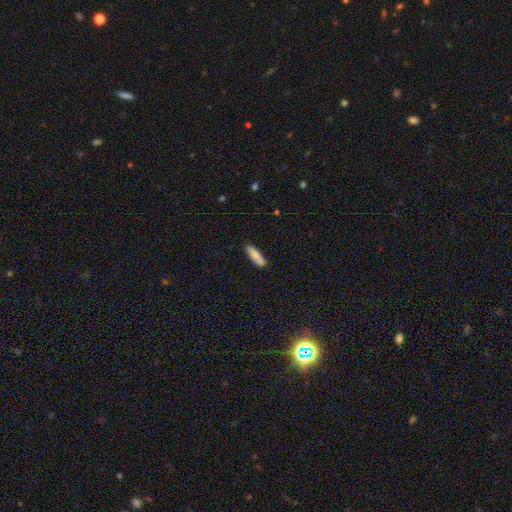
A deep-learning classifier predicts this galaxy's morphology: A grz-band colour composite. It shows a smooth galaxy with no disk features (83%) that is cigar-shaped (57%). Merging: none (81%).